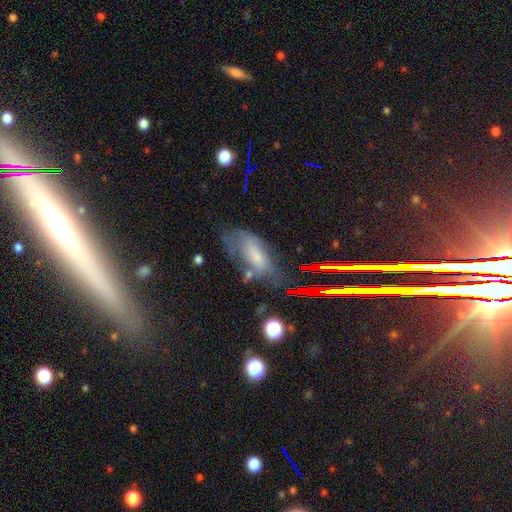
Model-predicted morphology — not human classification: This appears to be a smooth galaxy with no disk features (55%) that is in between round and cigar-shaped (80%). Merging: none (39%).